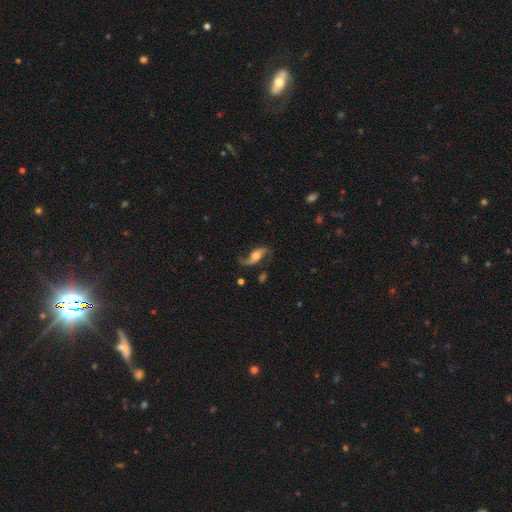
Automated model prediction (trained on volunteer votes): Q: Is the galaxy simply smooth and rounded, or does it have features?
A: featured or disk — 80%.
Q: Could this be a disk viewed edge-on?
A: no — 91%.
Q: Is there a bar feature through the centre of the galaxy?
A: no — 56%.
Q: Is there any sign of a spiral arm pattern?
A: yes — 94%.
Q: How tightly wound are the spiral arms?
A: loose — 79%.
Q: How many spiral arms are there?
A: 2 — 90%.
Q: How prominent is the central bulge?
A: moderate — 52%.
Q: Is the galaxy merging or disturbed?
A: none — 70%.